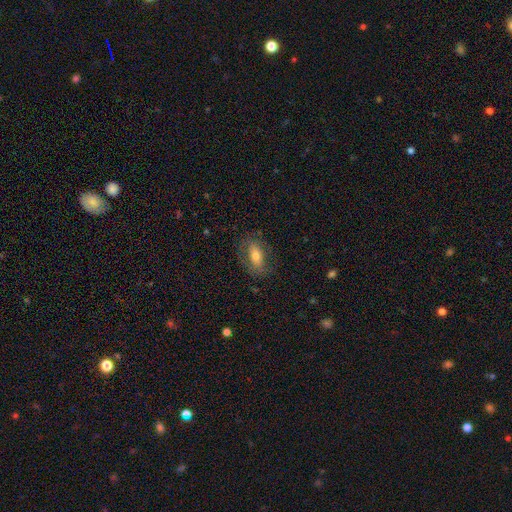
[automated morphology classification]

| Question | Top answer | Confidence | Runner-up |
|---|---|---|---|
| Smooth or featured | smooth | 59% | featured or disk (33%) |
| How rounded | in between | 82% | cigar-shaped (11%) |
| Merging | none | 75% | minor disturbance (16%) |